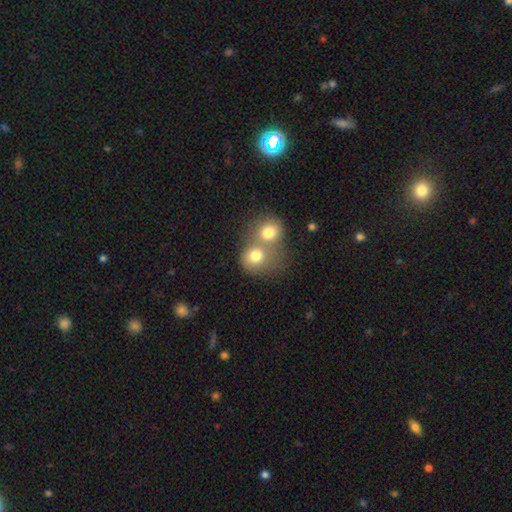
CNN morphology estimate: Q: Smooth or featured?
A: smooth (76%); runner-up: featured or disk (14%)
Q: How rounded?
A: round (76%); runner-up: in between (23%)
Q: Merging?
A: merger (63%); runner-up: none (27%)